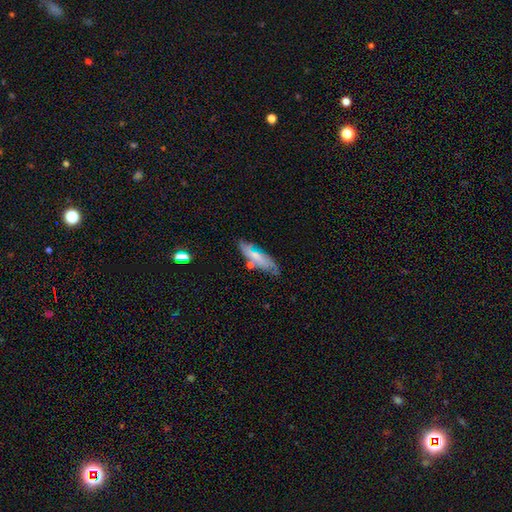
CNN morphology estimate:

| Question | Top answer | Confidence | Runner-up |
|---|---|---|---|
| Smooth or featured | featured or disk | 48% | smooth (45%) |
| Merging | none | 62% | minor disturbance (23%) |